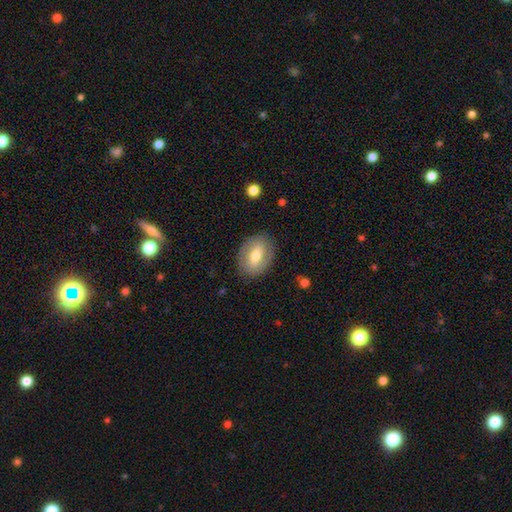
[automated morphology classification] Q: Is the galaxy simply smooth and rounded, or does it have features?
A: smooth — 57%.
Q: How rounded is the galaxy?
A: in between — 78%.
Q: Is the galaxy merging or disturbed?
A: none — 83%.